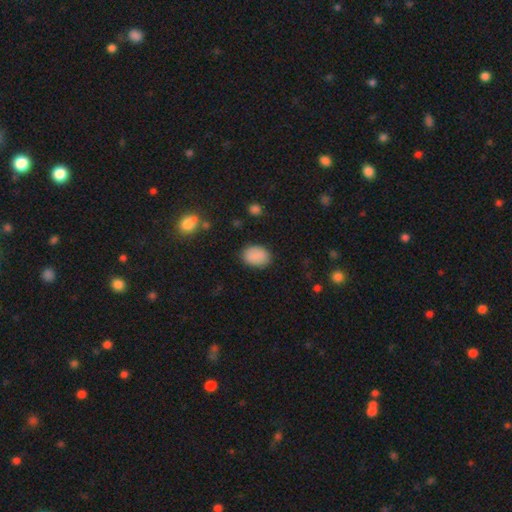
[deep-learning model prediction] smooth-or-featured: smooth: 88% | star or artifact: 8% | featured or disk: 4%
  how-rounded: in between: 77% | round: 22% | cigar-shaped: 1%
  merging: none: 85% | minor disturbance: 11% | major disturbance: 3% | merger: 1%